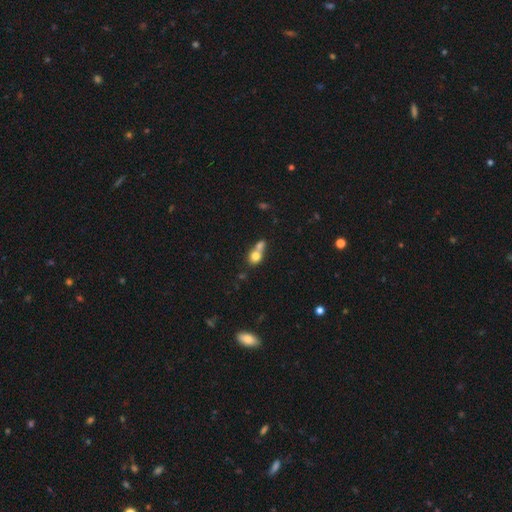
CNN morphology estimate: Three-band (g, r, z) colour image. It shows a smooth galaxy with no disk features (75%) that is round (64%). Merging: merger (63%).